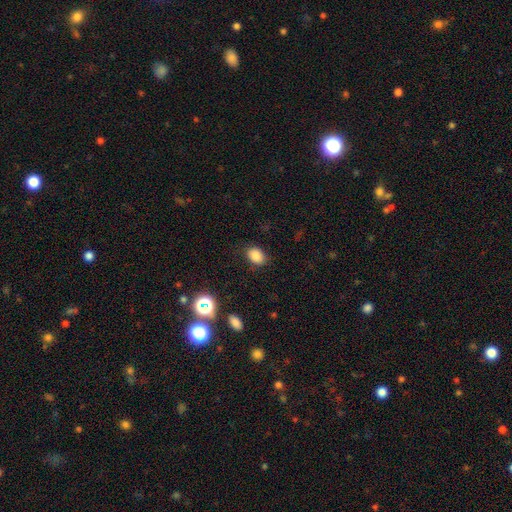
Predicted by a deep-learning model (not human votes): A smooth galaxy with no disk features (84%) that is in between round and cigar-shaped (73%).

Vote fractions:
- Smooth or featured? smooth: 84% / star or artifact: 11% / featured or disk: 5%
- How rounded? in between: 73% / round: 26% / cigar-shaped: 1%
- Merging? none: 82% / minor disturbance: 13% / major disturbance: 4% / merger: 1%